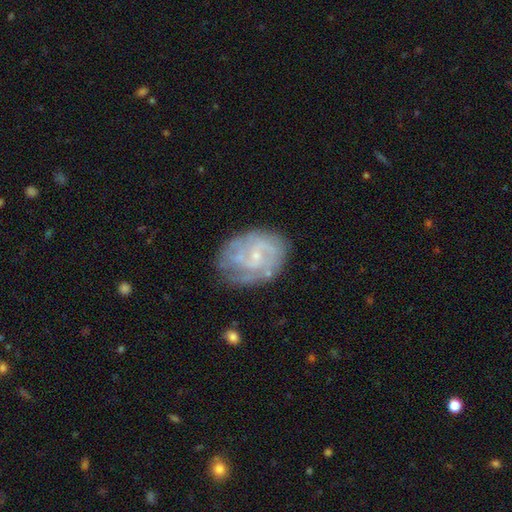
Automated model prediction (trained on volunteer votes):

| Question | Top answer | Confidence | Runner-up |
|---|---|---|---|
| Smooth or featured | featured or disk | 77% | smooth (16%) |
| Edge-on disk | no | 98% | yes (2%) |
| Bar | no | 58% | weak (36%) |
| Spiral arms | yes | 85% | no (15%) |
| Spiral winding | tight | 47% | medium (39%) |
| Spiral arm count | can't tell | 37% | 2 (33%) |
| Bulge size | small | 77% | moderate (16%) |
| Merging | none | 66% | minor disturbance (22%) |